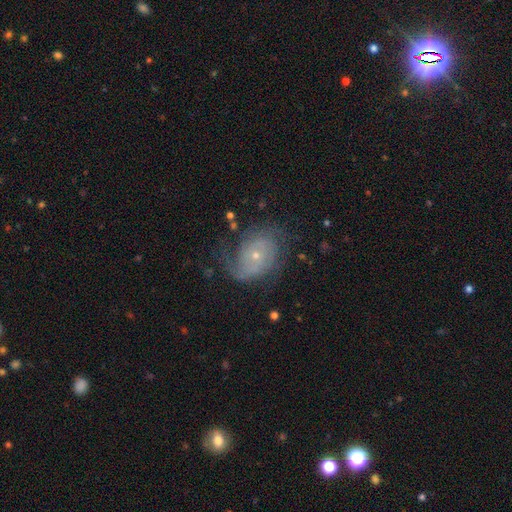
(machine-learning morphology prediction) A featured or disk galaxy (76%) with no bar (77%), 2 (39%) tight (44%) spiral arms (90%) and a small central bulge (71%). Merging: none (59%).